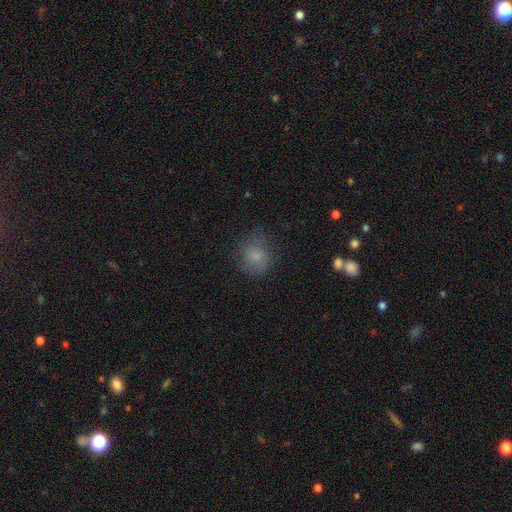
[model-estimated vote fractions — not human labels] This is likely a smooth galaxy (74%). How rounded: likely round (74%). Merging: likely none (68%).